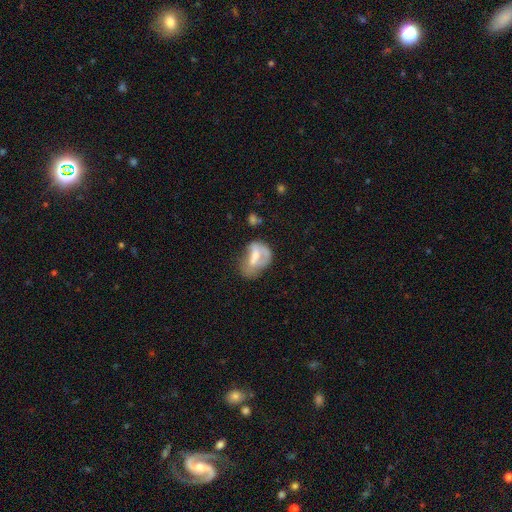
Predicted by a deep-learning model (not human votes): The model was most divided on "merging": major disturbance: 34%, minor disturbance: 26%, none: 26%, merger: 14%. More confident: how rounded — in between (74%); smooth or featured — smooth (52%).